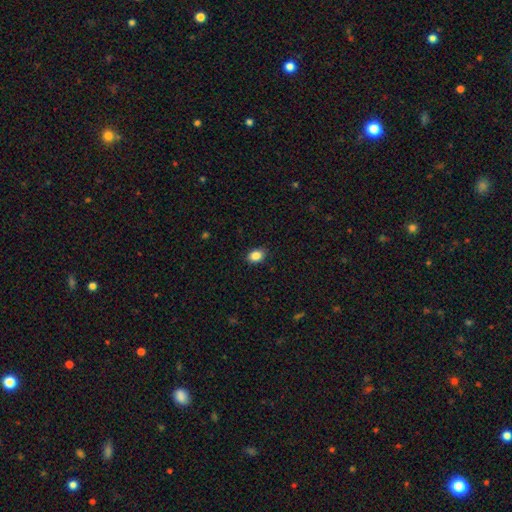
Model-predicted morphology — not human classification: Smooth or featured?
  - smooth: 87% *
  - star or artifact: 9%
  - featured or disk: 4%
How rounded?
  - in between: 74% *
  - round: 25%
  - cigar-shaped: 1%
Merging?
  - none: 88% *
  - minor disturbance: 9%
  - major disturbance: 2%
  - merger: 1%